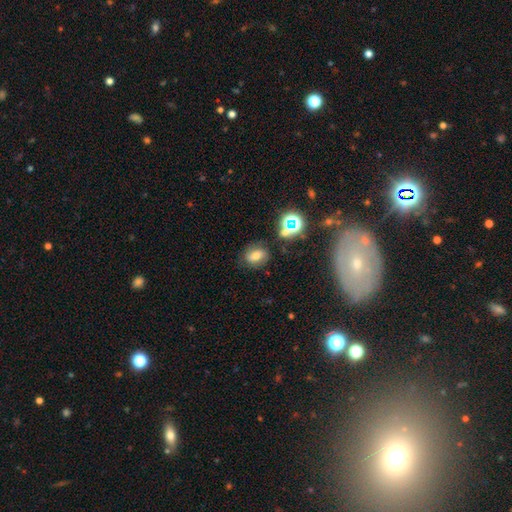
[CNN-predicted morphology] Q: Smooth or featured?
A: smooth (59%); runner-up: featured or disk (21%)
Q: How rounded?
A: in between (60%); runner-up: round (38%)
Q: Merging?
A: none (75%); runner-up: minor disturbance (15%)